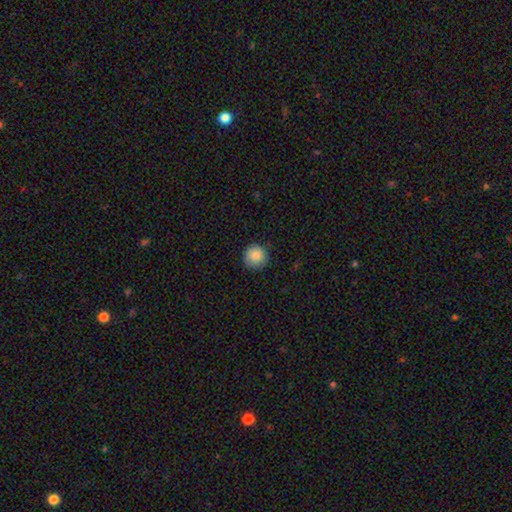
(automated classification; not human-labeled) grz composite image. It shows a smooth galaxy with no disk features (87%) that is round (94%). Merging: none (86%).